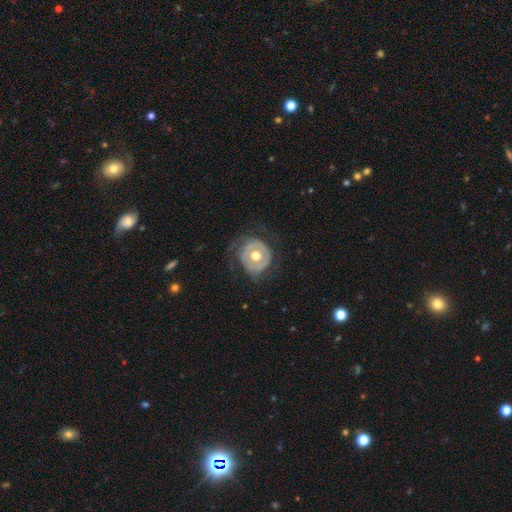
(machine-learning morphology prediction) Overall: featured or disk (61%; smooth 33%). Edge-on disk: no (96%). Bar: no (81%). Spiral arms: no (59%; yes 41%). Bulge size: moderate (76%). Merging: none (56%; minor disturbance 24%).